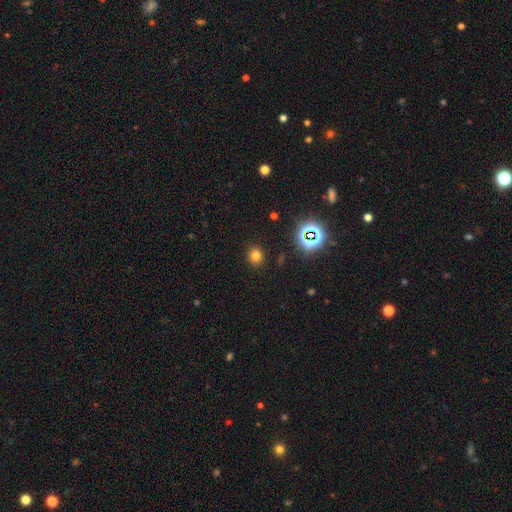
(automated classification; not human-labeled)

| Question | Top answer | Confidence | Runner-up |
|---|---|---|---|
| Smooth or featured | smooth | 72% | star or artifact (22%) |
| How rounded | round | 80% | in between (19%) |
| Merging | none | 89% | minor disturbance (7%) |